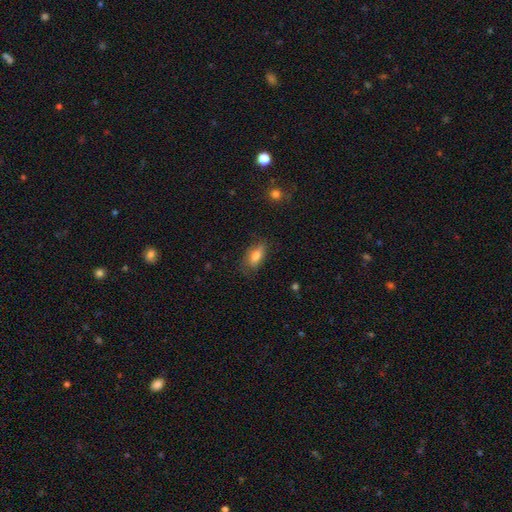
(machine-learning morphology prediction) This is likely a smooth galaxy (76%). How rounded: clearly in between (84%). Merging: likely none (71%).